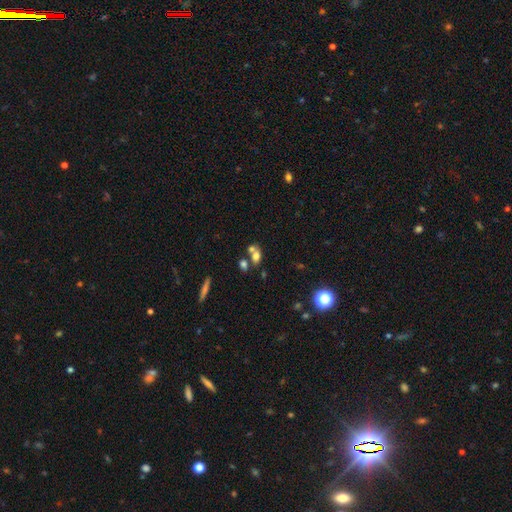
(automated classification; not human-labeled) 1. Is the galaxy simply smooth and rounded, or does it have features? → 69% smooth, 17% featured or disk, 14% star or artifact.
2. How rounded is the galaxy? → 68% in between, 28% round, 3% cigar-shaped.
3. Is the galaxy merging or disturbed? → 50% merger, 37% none, 9% minor disturbance, 4% major disturbance.